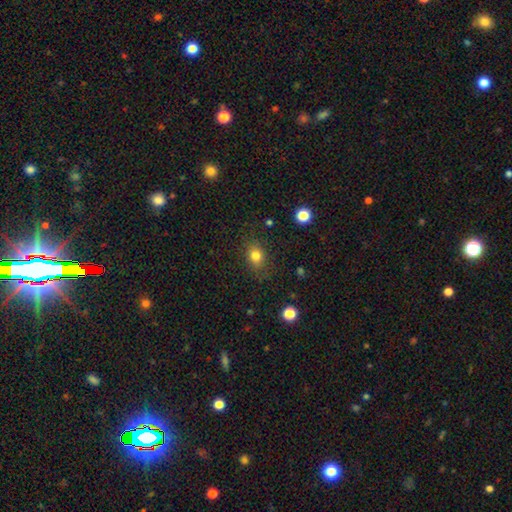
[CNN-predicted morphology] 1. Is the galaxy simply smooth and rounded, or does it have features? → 80% smooth, 12% star or artifact, 8% featured or disk.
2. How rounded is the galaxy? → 50% round, 49% in between, 1% cigar-shaped.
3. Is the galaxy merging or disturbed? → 81% none, 13% minor disturbance, 5% major disturbance, 1% merger.